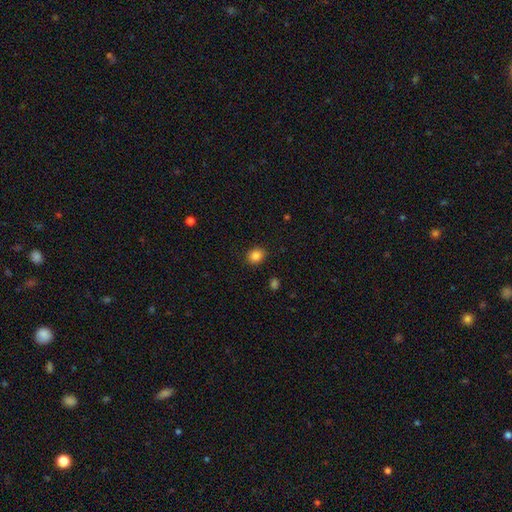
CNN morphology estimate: smooth 86%, star or artifact 10%, featured or disk 4%. Down the decision tree: how rounded — round (64%); merging — none (89%).